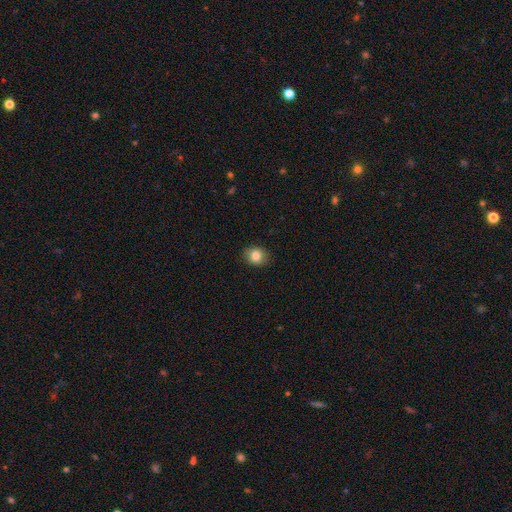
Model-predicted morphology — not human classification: Smooth or featured?
  - smooth: 83% *
  - star or artifact: 9%
  - featured or disk: 8%
How rounded?
  - round: 56% *
  - in between: 43%
  - cigar-shaped: 1%
Merging?
  - none: 85% *
  - minor disturbance: 11%
  - major disturbance: 3%
  - merger: 1%